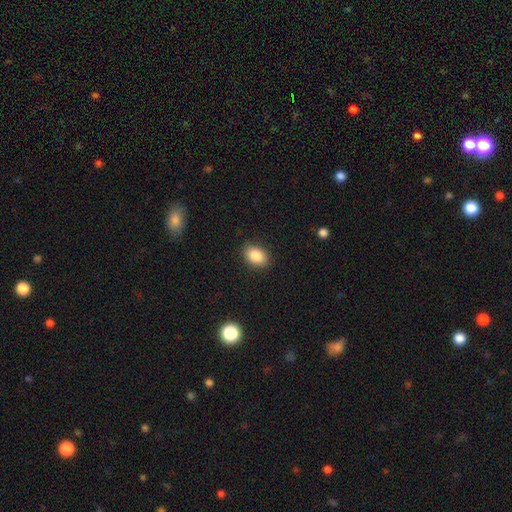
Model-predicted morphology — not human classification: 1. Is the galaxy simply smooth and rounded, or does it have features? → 87% smooth, 8% star or artifact, 5% featured or disk.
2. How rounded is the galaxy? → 81% in between, 18% round, 1% cigar-shaped.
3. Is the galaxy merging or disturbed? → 88% none, 9% minor disturbance, 2% major disturbance, 1% merger.